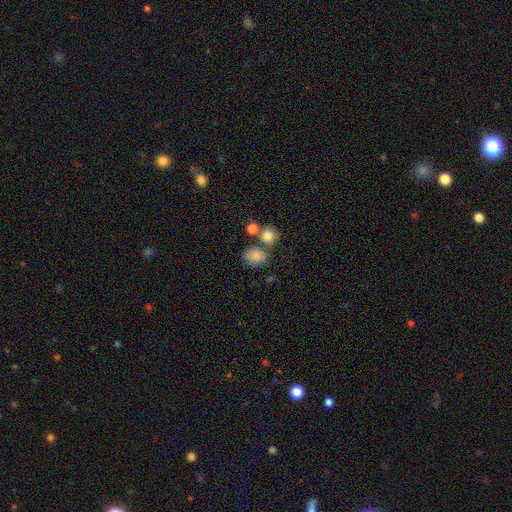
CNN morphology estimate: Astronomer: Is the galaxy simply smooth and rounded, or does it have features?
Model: smooth — 81%.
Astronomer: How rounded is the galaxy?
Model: in between — 53% (runner-up: round, 46%).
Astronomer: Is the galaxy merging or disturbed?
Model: none — 58%.